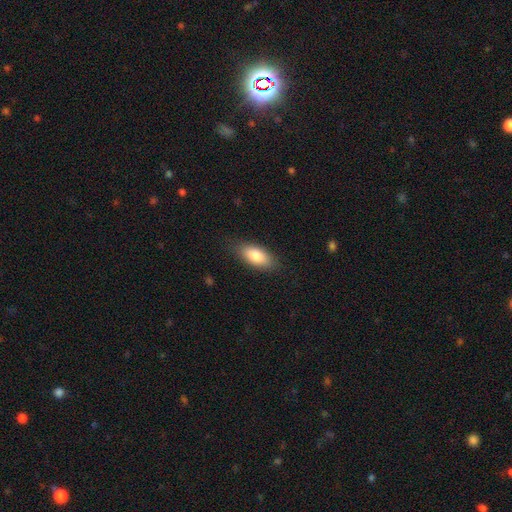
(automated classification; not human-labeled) Smooth or featured?
  - smooth: 81% *
  - featured or disk: 12%
  - star or artifact: 7%
How rounded?
  - in between: 86% *
  - cigar-shaped: 11%
  - round: 3%
Merging?
  - none: 83% *
  - minor disturbance: 13%
  - major disturbance: 3%
  - merger: 1%